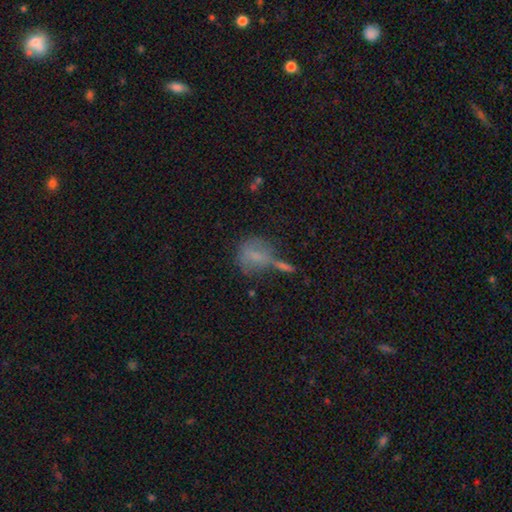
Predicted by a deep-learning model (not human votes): Morphology: type=smooth (57%); roundness=round (61%); merging=none (41%).